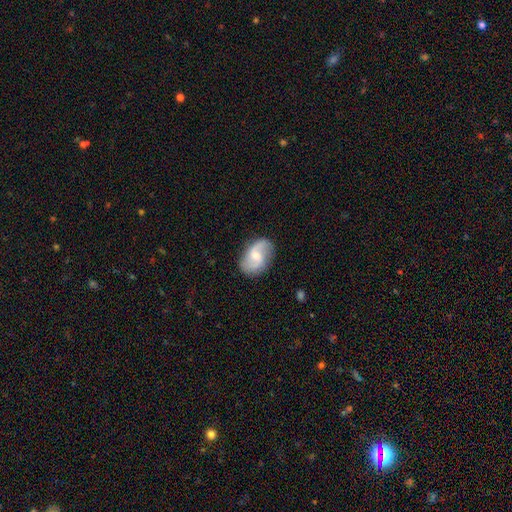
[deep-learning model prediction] Q: Smooth or featured?
A: featured or disk (74%); runner-up: smooth (20%)
Q: Edge-on disk?
A: no (97%); runner-up: yes (3%)
Q: Bar?
A: weak (52%); runner-up: no (38%)
Q: Spiral arms?
A: yes (94%); runner-up: no (6%)
Q: Spiral winding?
A: loose (57%); runner-up: medium (34%)
Q: Spiral arm count?
A: 2 (90%); runner-up: can't tell (4%)
Q: Bulge size?
A: moderate (47%); runner-up: small (44%)
Q: Merging?
A: none (79%); runner-up: minor disturbance (15%)